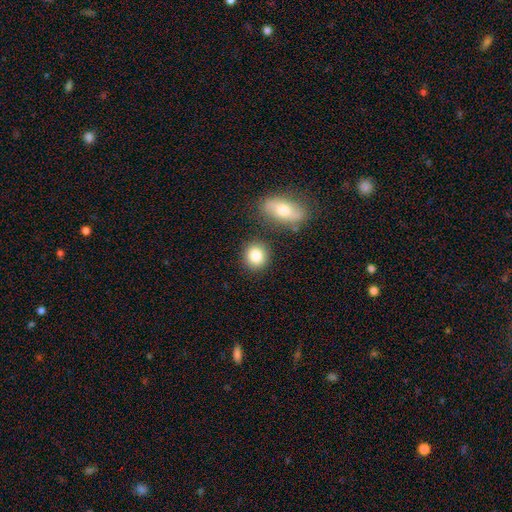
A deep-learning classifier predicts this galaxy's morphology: This is clearly a smooth galaxy (84%). How rounded: likely round (78%). Merging: clearly none (80%).